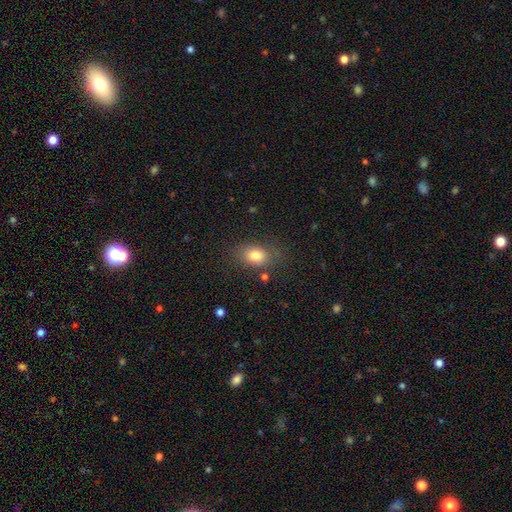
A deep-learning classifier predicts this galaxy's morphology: Smooth or featured? smooth (80%)
How rounded? in between (71%)
Merging? none (74%)